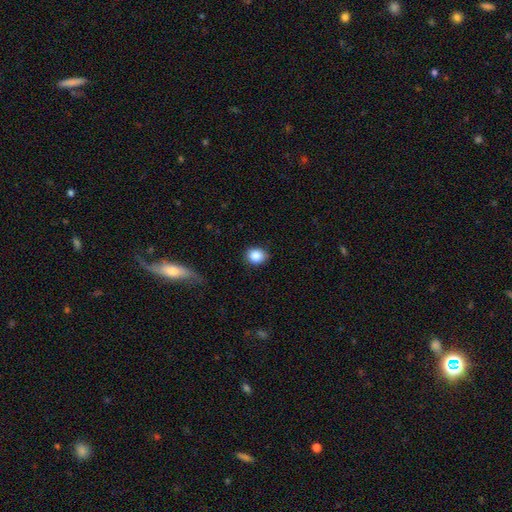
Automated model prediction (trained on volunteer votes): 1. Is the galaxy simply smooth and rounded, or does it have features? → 88% smooth, 8% star or artifact, 4% featured or disk.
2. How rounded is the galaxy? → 73% round, 26% in between, 1% cigar-shaped.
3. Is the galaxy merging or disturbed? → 81% none, 14% minor disturbance, 3% major disturbance, 1% merger.